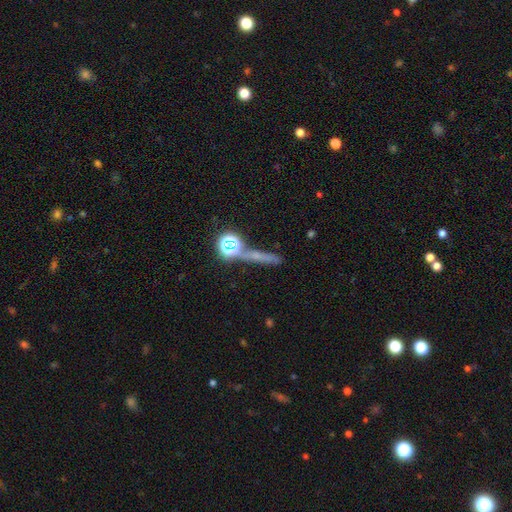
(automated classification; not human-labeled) This appears to be a smooth galaxy with no disk features (40%). Merging: none (68%).